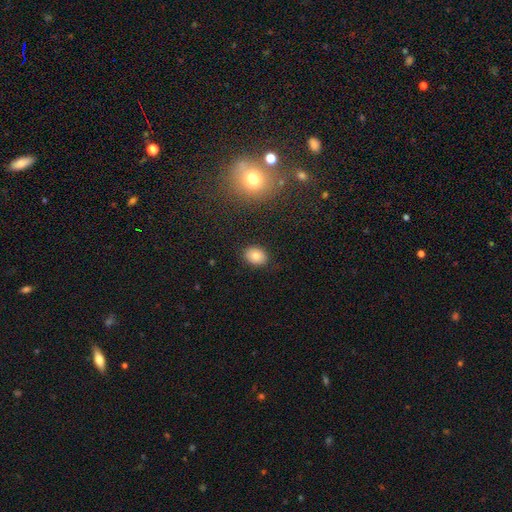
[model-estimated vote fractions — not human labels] Overall: smooth (79%). How rounded: in between (64%; round 35%). Merging: none (87%).